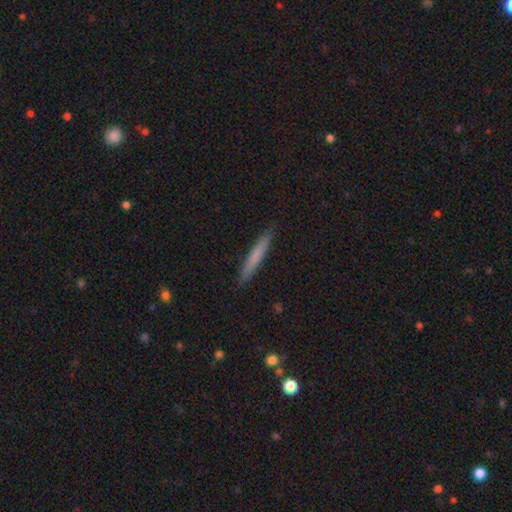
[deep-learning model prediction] Smooth or featured? Predicted: smooth (p=0.71). How rounded? Predicted: cigar-shaped (p=0.96). Merging? Predicted: none (p=0.90).